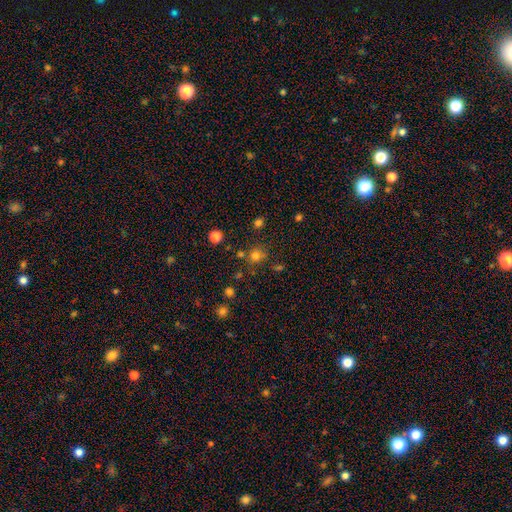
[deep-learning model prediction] The model was most divided on "smooth or featured": smooth: 73%, star or artifact: 20%, featured or disk: 7%. More confident: how rounded — round (85%); merging — none (72%).